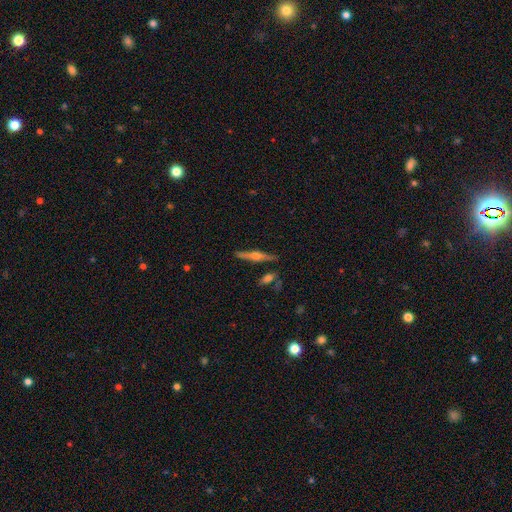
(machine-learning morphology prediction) This is likely a featured or disk galaxy (74%). It is clearly viewed edge-on (97%). Edge-on bulge: clearly rounded (91%). Merging: clearly none (85%).